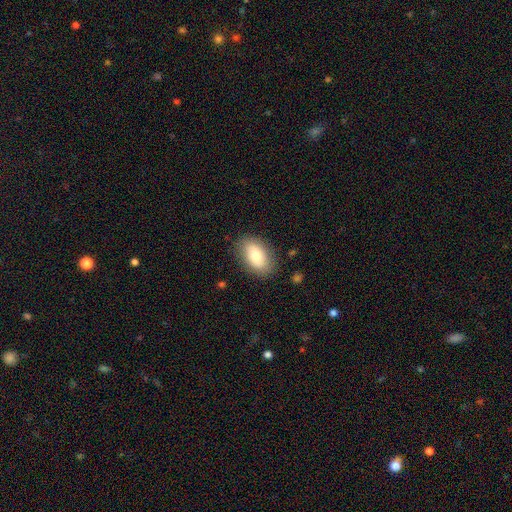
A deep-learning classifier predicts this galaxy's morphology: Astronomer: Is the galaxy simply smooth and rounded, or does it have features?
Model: smooth — 73%.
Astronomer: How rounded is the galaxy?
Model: in between — 91%.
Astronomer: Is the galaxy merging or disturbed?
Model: none — 83%.